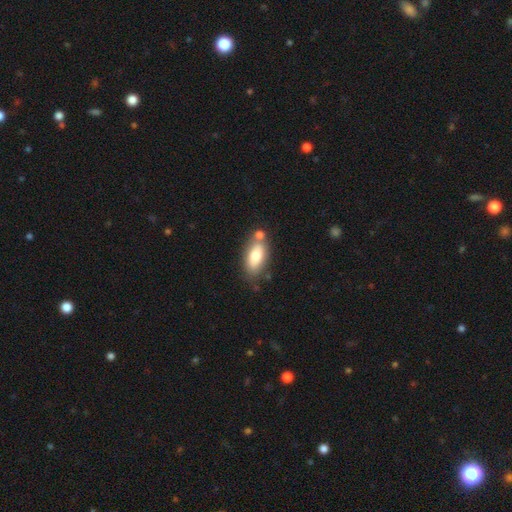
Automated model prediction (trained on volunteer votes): Q: Smooth or featured?
A: smooth (75%); runner-up: featured or disk (18%)
Q: How rounded?
A: in between (87%); runner-up: cigar-shaped (10%)
Q: Merging?
A: none (58%); runner-up: merger (24%)